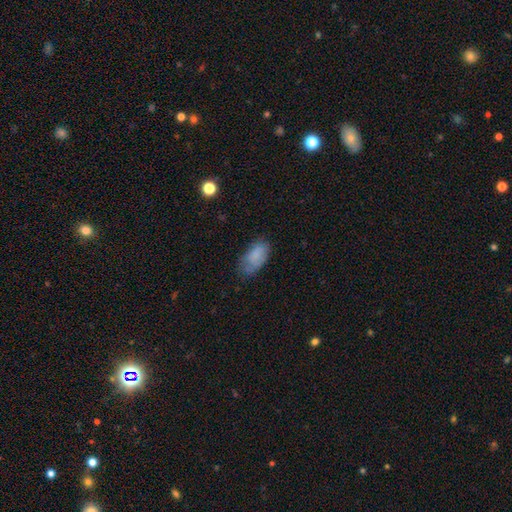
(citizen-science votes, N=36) Q: Smooth or featured?
A: smooth (72%); runner-up: featured or disk (22%)
Q: How rounded?
A: in between (96%); runner-up: round (4%)
Q: Merging?
A: none (62%); runner-up: minor disturbance (29%)